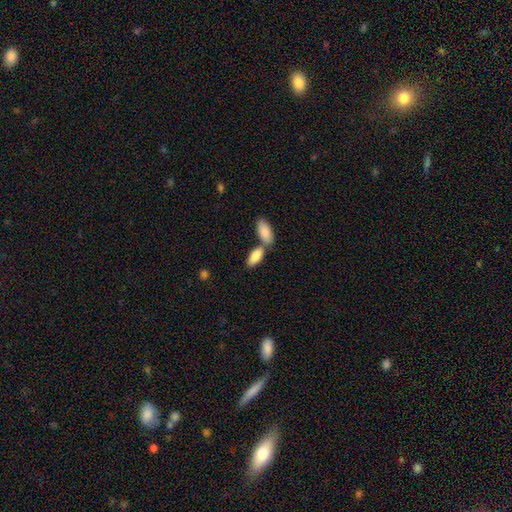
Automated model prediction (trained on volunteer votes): Smooth or featured?
  - smooth: 85% *
  - featured or disk: 9%
  - star or artifact: 5%
How rounded?
  - in between: 86% *
  - cigar-shaped: 11%
  - round: 3%
Merging?
  - merger: 45% *
  - none: 43%
  - minor disturbance: 9%
  - major disturbance: 3%